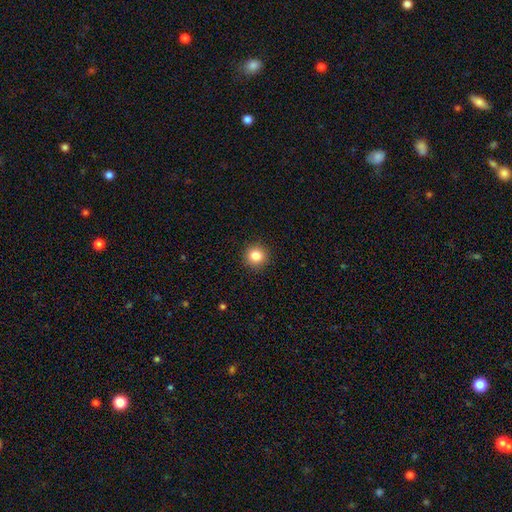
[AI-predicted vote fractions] Morphology: type=smooth (84%); roundness=round (92%); merging=none (92%).